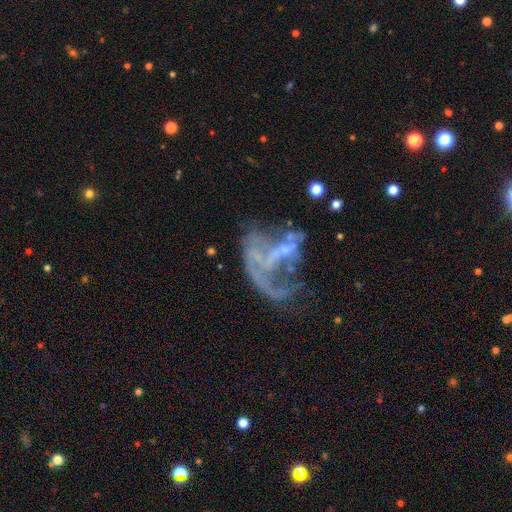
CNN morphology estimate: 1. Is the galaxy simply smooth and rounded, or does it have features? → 67% featured or disk, 19% star or artifact, 14% smooth.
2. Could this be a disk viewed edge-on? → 96% no, 4% yes.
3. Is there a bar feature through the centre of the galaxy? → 68% no, 19% weak, 13% strong.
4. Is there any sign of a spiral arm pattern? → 61% no, 39% yes.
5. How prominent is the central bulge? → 69% none, 22% small, 7% moderate, 2% large, 1% dominant.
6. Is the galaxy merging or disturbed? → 49% major disturbance, 22% none, 16% merger, 13% minor disturbance.